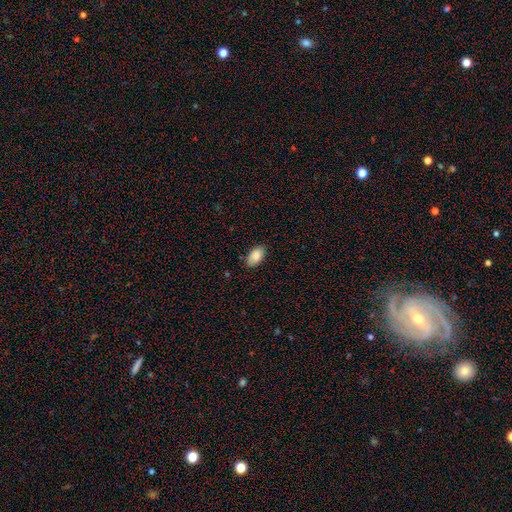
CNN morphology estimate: type=smooth (86%); roundness=in between (94%); merging=none (83%).